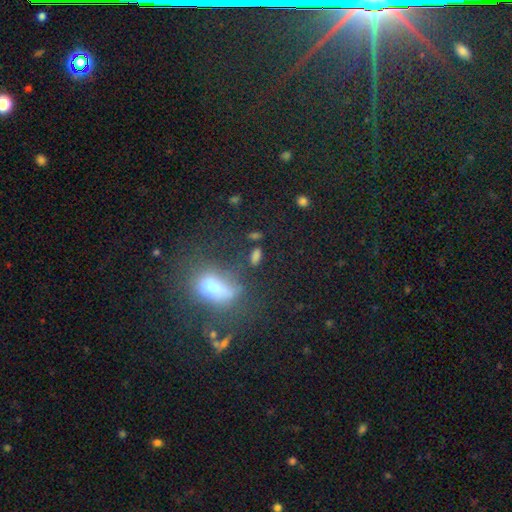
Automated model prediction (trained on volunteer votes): A smooth galaxy with no disk features (71%) that is in between round and cigar-shaped (75%). Merging: none (69%).